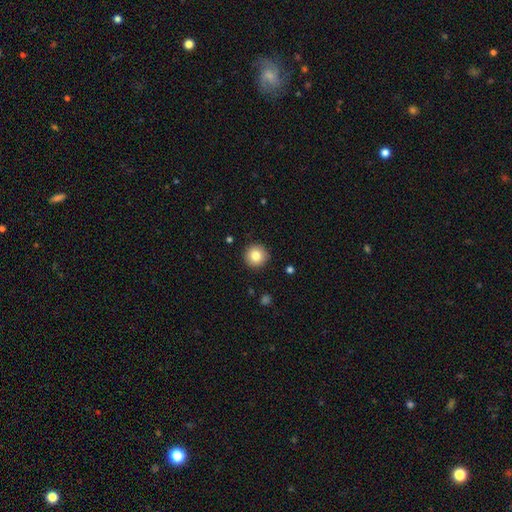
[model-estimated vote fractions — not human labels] This is clearly a smooth galaxy (82%). How rounded: clearly round (95%). Merging: clearly none (91%).